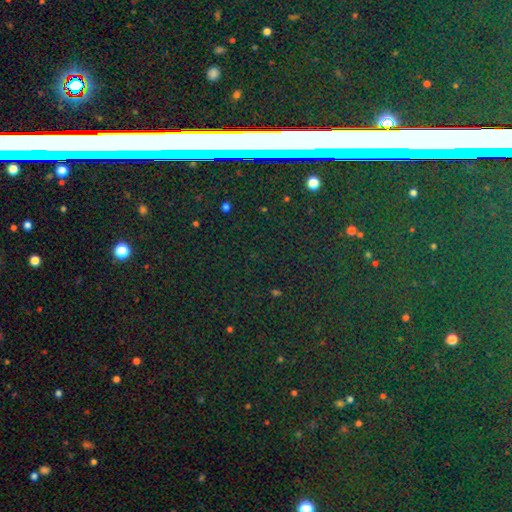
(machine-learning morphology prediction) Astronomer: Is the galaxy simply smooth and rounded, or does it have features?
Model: star or artifact — 78%.